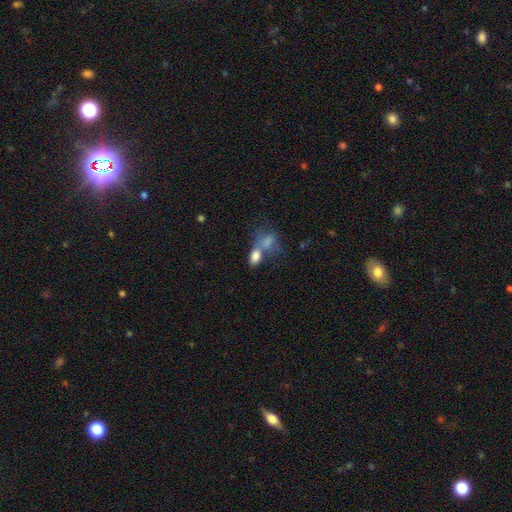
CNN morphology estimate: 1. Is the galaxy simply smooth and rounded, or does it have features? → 79% smooth, 12% featured or disk, 10% star or artifact.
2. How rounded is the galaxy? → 85% in between, 12% round, 3% cigar-shaped.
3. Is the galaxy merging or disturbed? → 53% merger, 28% none, 11% minor disturbance, 8% major disturbance.